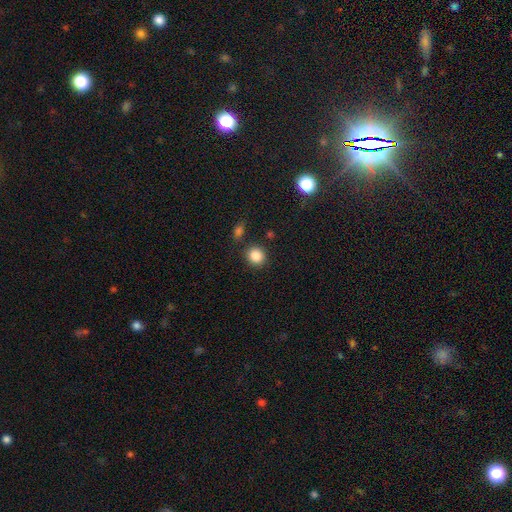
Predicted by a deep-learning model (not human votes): smooth 87%, star or artifact 9%, featured or disk 4%. Down the decision tree: how rounded — round (83%); merging — none (84%).